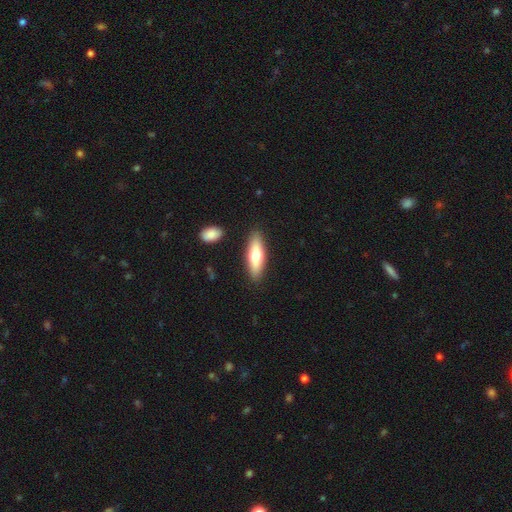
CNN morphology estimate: Smooth or featured: smooth — 66% (featured or disk — 29%)
How rounded: cigar-shaped — 55% (in between — 43%)
Merging: none — 87% (minor disturbance — 8%)